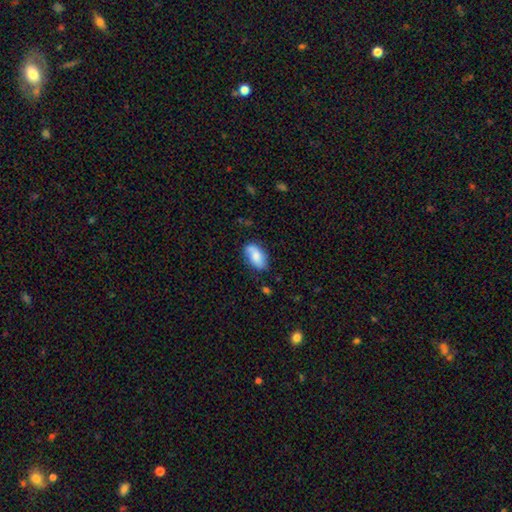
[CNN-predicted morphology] Smooth or featured?
  - smooth: 64% *
  - featured or disk: 29%
  - star or artifact: 7%
How rounded?
  - in between: 92% *
  - round: 5%
  - cigar-shaped: 3%
Merging?
  - none: 69% *
  - minor disturbance: 22%
  - major disturbance: 6%
  - merger: 3%